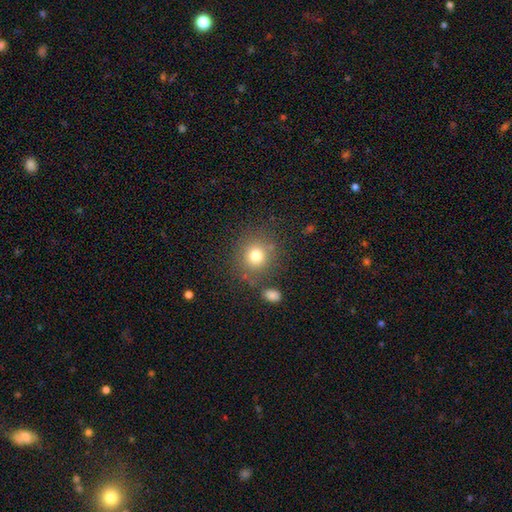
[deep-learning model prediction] A smooth galaxy with no disk features (77%) that is round (88%). Merging: none (78%).